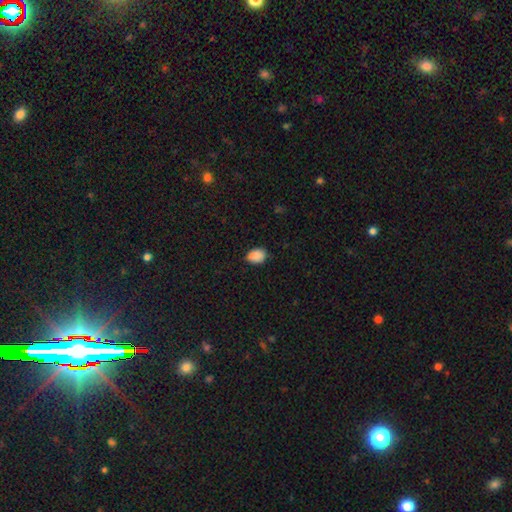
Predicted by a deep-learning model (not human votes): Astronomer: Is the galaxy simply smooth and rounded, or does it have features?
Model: smooth — 88%.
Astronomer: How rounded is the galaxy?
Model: in between — 77%.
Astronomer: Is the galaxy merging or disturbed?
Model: none — 79%.